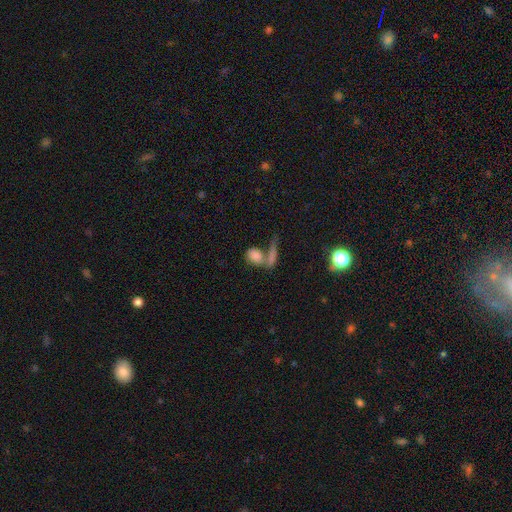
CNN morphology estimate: This is likely a smooth galaxy (77%). How rounded: likely in between (63%). Merging: possibly merger (51%).